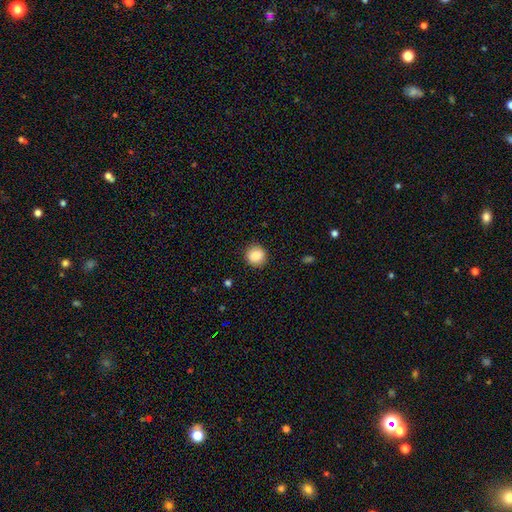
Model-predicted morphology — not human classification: Smooth or featured?
  - smooth: 88% *
  - star or artifact: 9%
  - featured or disk: 3%
How rounded?
  - round: 89% *
  - in between: 10%
  - cigar-shaped: 1%
Merging?
  - none: 88% *
  - minor disturbance: 8%
  - major disturbance: 2%
  - merger: 1%